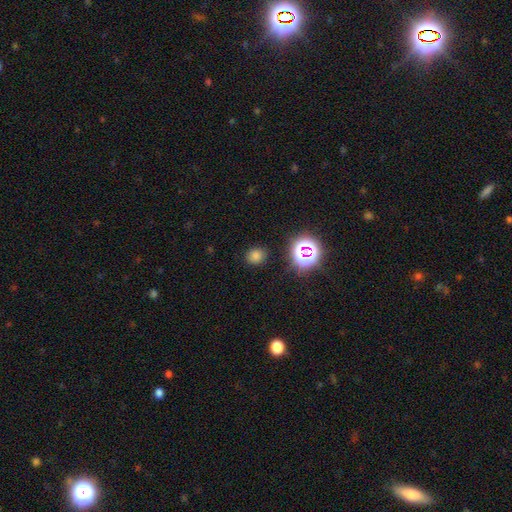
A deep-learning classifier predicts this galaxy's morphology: A smooth galaxy with no disk features (72%) that is round (69%).

Vote fractions:
- Smooth or featured? smooth: 72% / star or artifact: 23% / featured or disk: 5%
- How rounded? round: 69% / in between: 30% / cigar-shaped: 1%
- Merging? none: 87% / minor disturbance: 9% / major disturbance: 3% / merger: 2%